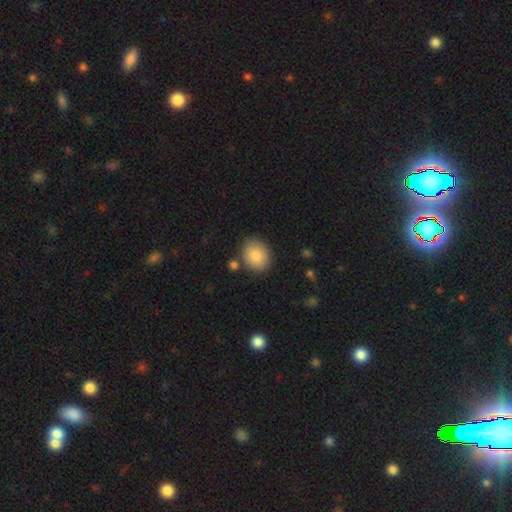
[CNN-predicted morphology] Smooth or featured: smooth — 86% (star or artifact — 7%)
How rounded: round — 55% (in between — 44%)
Merging: none — 82% (minor disturbance — 10%)